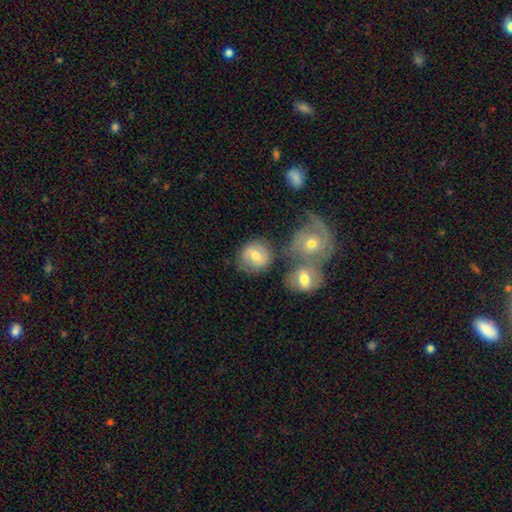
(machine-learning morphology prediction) Overall: smooth (60%; featured or disk 31%). How rounded: round (84%). Merging: none (65%).